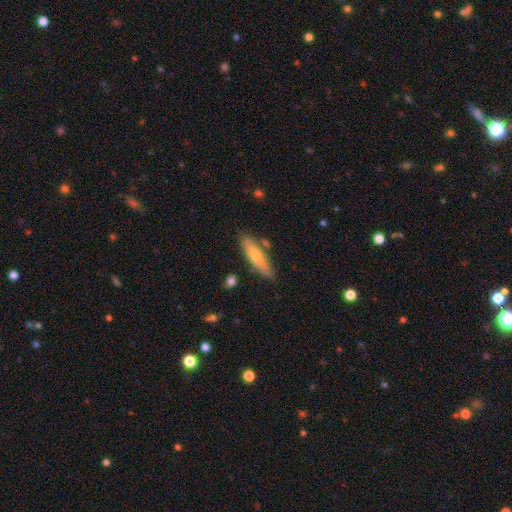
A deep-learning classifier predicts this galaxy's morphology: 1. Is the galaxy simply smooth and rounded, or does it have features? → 55% smooth, 38% featured or disk, 7% star or artifact.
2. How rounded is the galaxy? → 74% cigar-shaped, 24% in between, 2% round.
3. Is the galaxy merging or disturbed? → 80% none, 13% minor disturbance, 5% merger, 2% major disturbance.